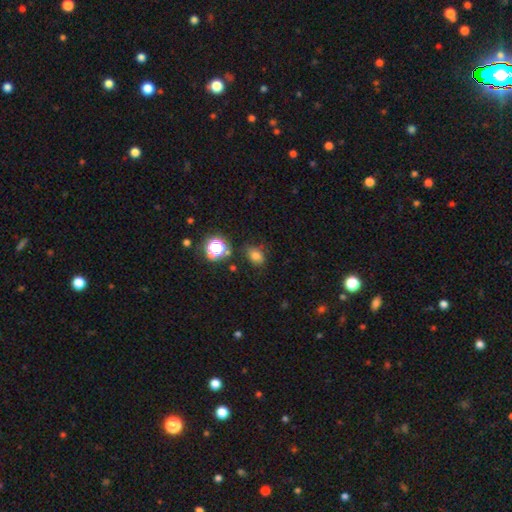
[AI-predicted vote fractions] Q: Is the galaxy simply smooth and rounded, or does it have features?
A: smooth — 70%.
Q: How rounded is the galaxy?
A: in between — 59%.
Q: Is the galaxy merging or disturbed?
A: none — 71%.